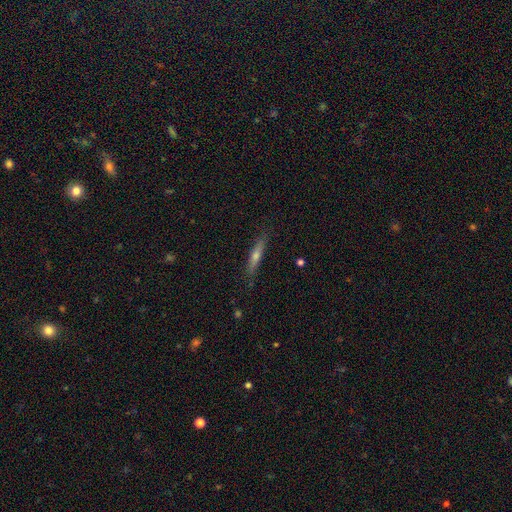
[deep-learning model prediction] A featured or disk galaxy (51%) viewed edge-on (94%). Merging: none (87%).